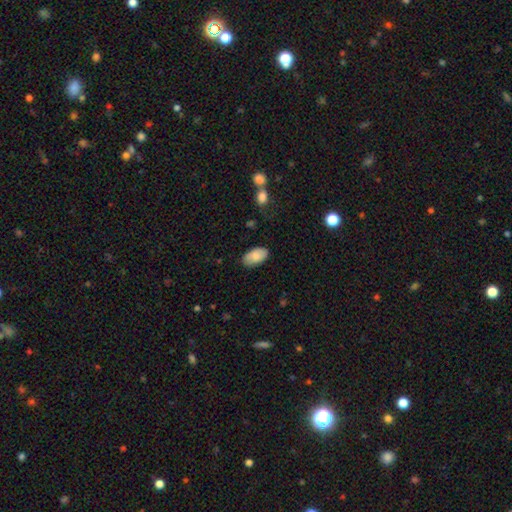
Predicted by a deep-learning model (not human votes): Smooth or featured? smooth (82%)
How rounded? in between (95%)
Merging? none (81%)